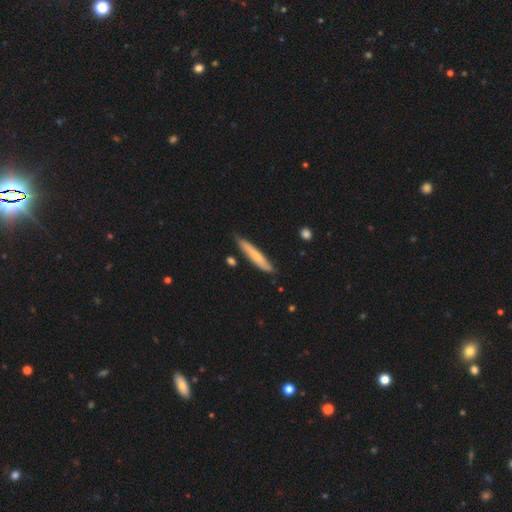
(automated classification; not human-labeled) smooth_or_featured: smooth (p=0.69) [alt: featured or disk p=0.25]
how_rounded: cigar-shaped (p=0.92) [alt: in between p=0.06]
merging: none (p=0.81) [alt: minor disturbance p=0.14]